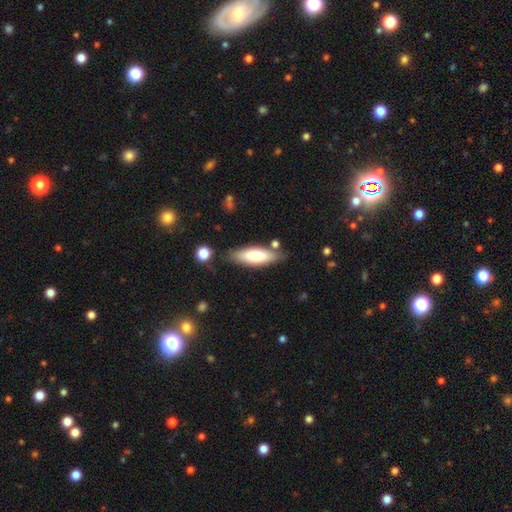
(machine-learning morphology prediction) Smooth or featured?
  - smooth: 73% *
  - featured or disk: 22%
  - star or artifact: 6%
How rounded?
  - in between: 52% *
  - cigar-shaped: 47%
  - round: 2%
Merging?
  - none: 76% *
  - minor disturbance: 15%
  - merger: 5%
  - major disturbance: 3%